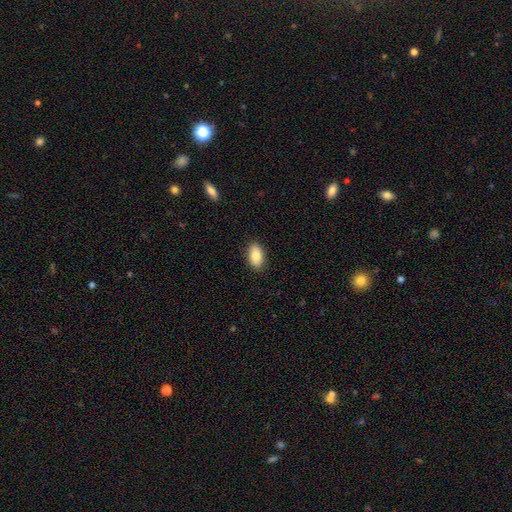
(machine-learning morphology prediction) Smooth or featured?
  - smooth: 83% *
  - featured or disk: 11%
  - star or artifact: 7%
How rounded?
  - in between: 91% *
  - round: 4%
  - cigar-shaped: 4%
Merging?
  - none: 89% *
  - minor disturbance: 8%
  - major disturbance: 2%
  - merger: 1%